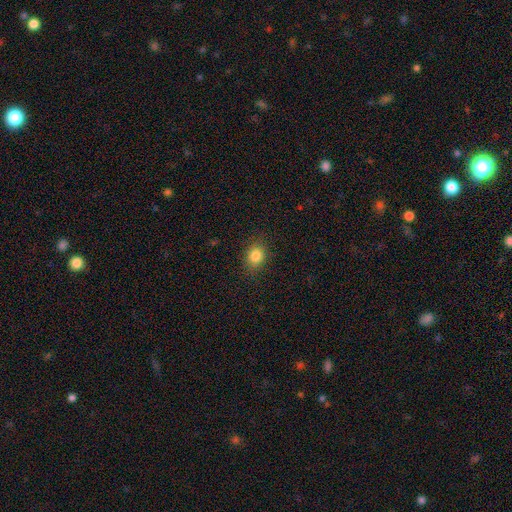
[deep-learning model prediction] This appears to be a smooth galaxy with no disk features (83%) that is round (54%). Merging: none (87%).